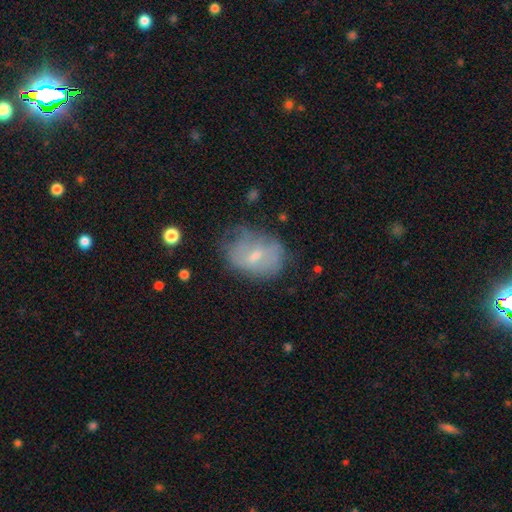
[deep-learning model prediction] A smooth galaxy with no disk features (50%).

Vote fractions:
- Smooth or featured? smooth: 50% / featured or disk: 41% / star or artifact: 10%
- Merging? none: 49% / minor disturbance: 32% / major disturbance: 17% / merger: 2%